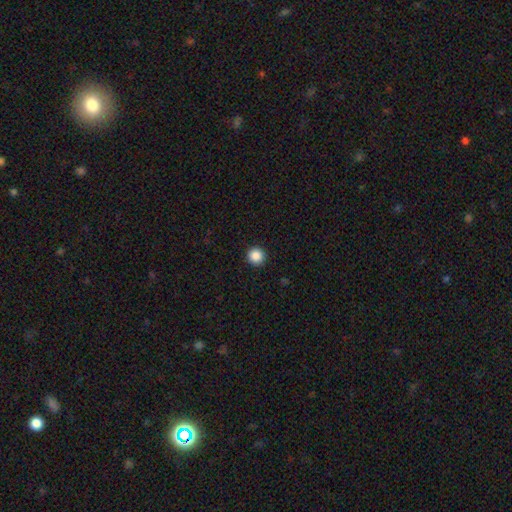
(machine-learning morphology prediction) A smooth galaxy with no disk features (87%) that is round (95%). Merging: none (93%).